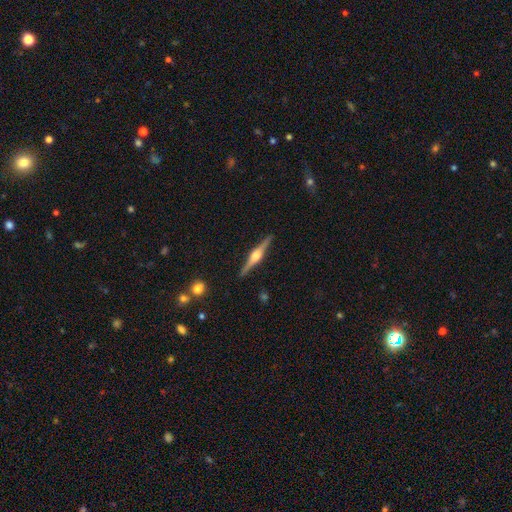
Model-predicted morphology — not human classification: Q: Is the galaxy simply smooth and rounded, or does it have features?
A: featured or disk — 83%.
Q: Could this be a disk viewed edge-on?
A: yes — 98%.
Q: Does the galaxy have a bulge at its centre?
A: rounded — 93%.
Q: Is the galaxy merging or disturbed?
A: none — 91%.